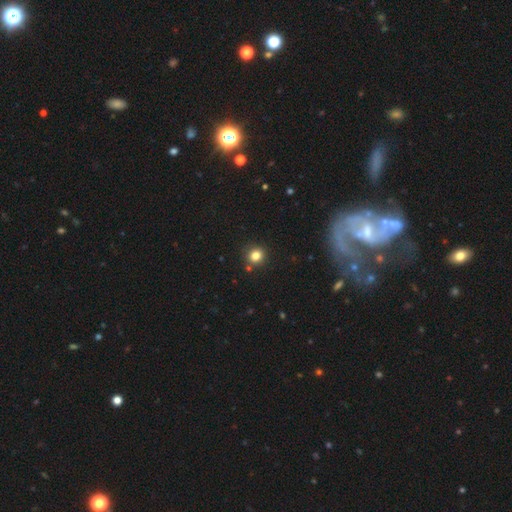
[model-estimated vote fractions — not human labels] smooth 81%, star or artifact 13%, featured or disk 6%. Down the decision tree: how rounded — round (88%); merging — none (85%).